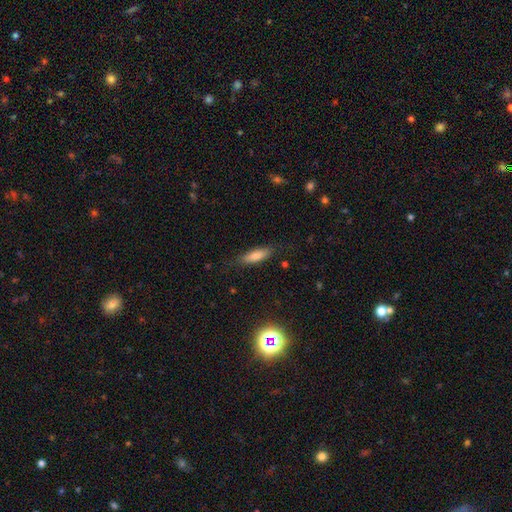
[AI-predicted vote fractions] A smooth galaxy with no disk features (75%) that is cigar-shaped (57%). Merging: none (82%).